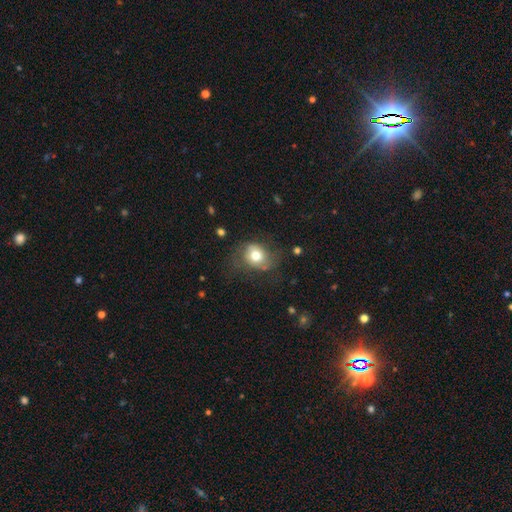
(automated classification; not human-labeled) smooth_or_featured: smooth (p=0.70) [alt: featured or disk p=0.21]
how_rounded: round (p=0.60) [alt: in between p=0.39]
merging: none (p=0.56) [alt: minor disturbance p=0.25]